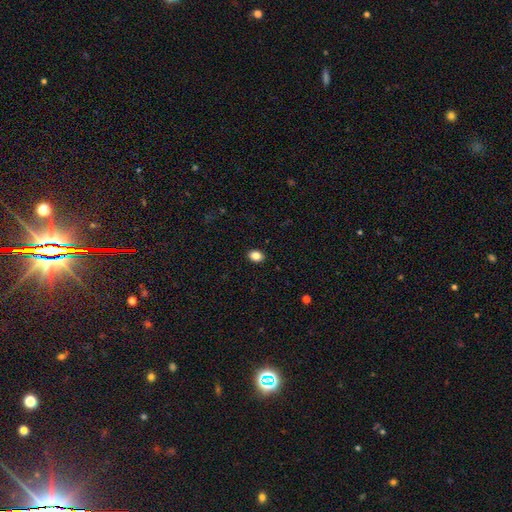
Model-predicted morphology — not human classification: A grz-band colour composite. It shows a smooth galaxy with no disk features (86%) that is in between round and cigar-shaped (70%). Merging: none (90%).